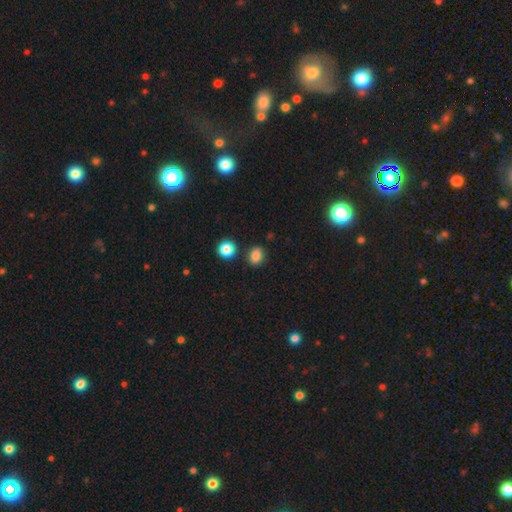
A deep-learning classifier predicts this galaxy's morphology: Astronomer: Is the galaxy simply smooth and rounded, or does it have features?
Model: smooth — 83%.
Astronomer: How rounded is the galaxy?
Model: round — 53% (runner-up: in between, 46%).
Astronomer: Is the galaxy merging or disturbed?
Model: none — 82%.